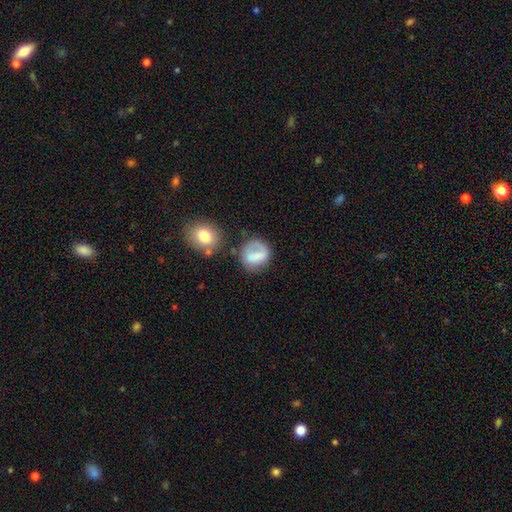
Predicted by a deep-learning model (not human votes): smooth-or-featured: smooth: 66% | featured or disk: 26% | star or artifact: 9%
  how-rounded: round: 72% | in between: 26% | cigar-shaped: 2%
  merging: none: 53% | minor disturbance: 24% | major disturbance: 16% | merger: 7%